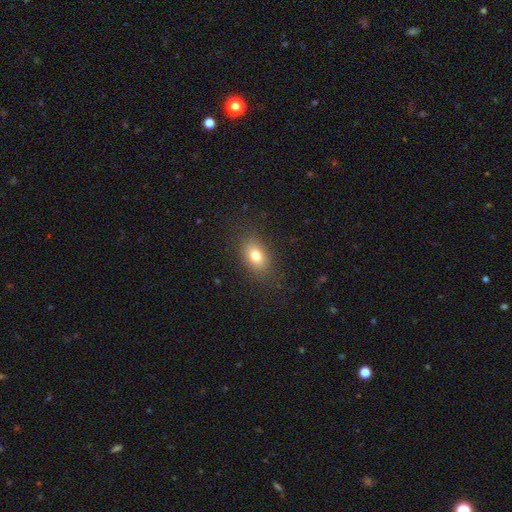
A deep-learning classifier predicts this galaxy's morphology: smooth_or_featured: smooth (p=0.78) [alt: featured or disk p=0.11]
how_rounded: in between (p=0.81) [alt: round p=0.17]
merging: none (p=0.84) [alt: minor disturbance p=0.10]